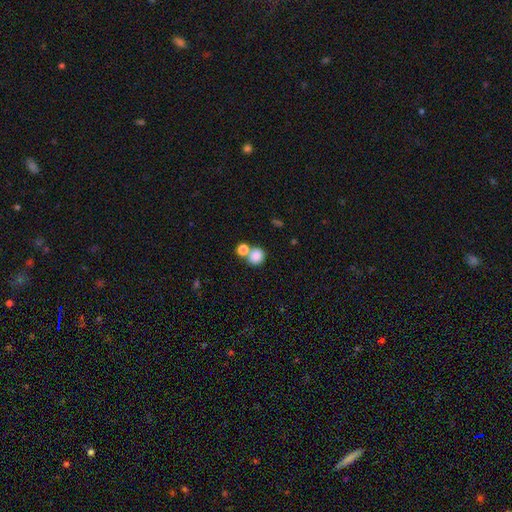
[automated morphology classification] smooth 84%, star or artifact 10%, featured or disk 6%. Down the decision tree: how rounded — round (83%); merging — none (51%).